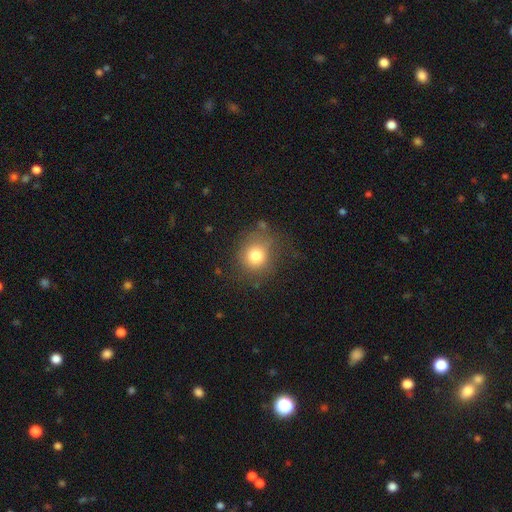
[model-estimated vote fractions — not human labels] smooth 77%, star or artifact 12%, featured or disk 10%. Down the decision tree: how rounded — round (82%); merging — none (70%).